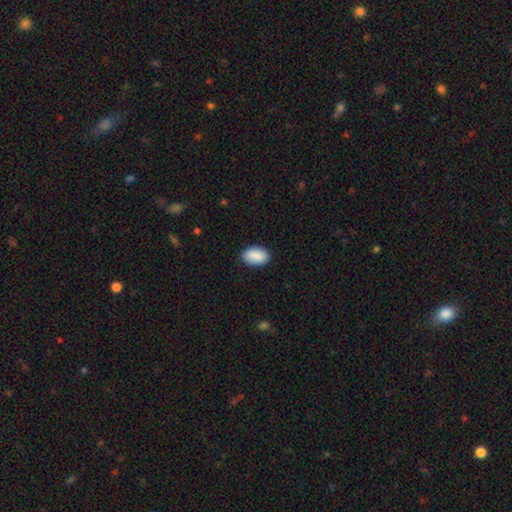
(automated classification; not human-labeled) Morphology: type=smooth (89%); roundness=in between (92%); merging=none (86%).